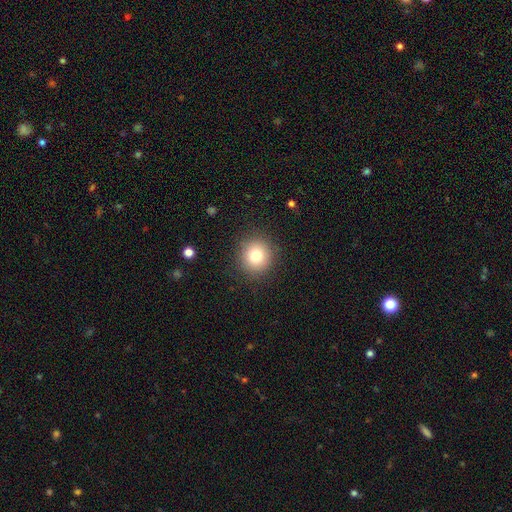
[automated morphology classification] smooth-or-featured: smooth: 79% | star or artifact: 12% | featured or disk: 10%
  how-rounded: round: 92% | in between: 8% | cigar-shaped: 1%
  merging: none: 89% | minor disturbance: 7% | major disturbance: 3% | merger: 1%